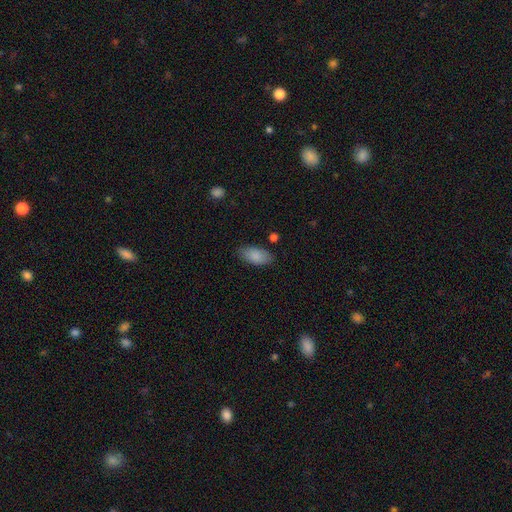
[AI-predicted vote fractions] Overall: smooth (87%). How rounded: in between (92%). Merging: none (82%).